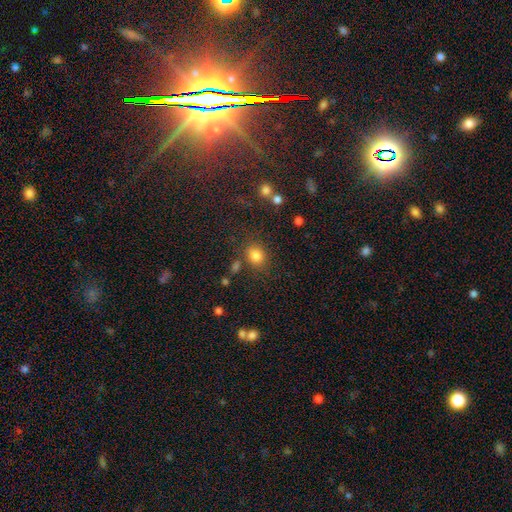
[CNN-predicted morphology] This is likely a smooth galaxy (80%). How rounded: possibly round (60%). Merging: likely none (75%).